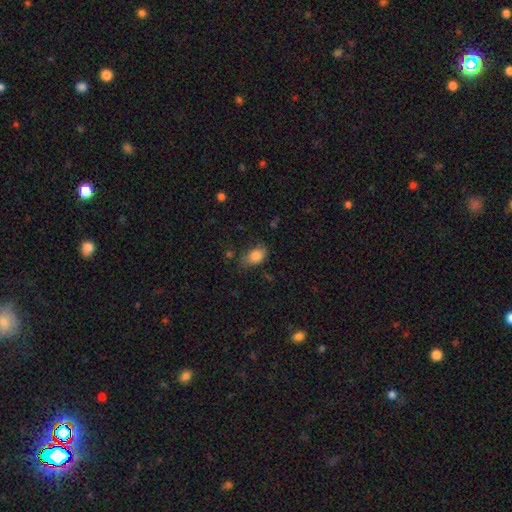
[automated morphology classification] Smooth or featured: smooth — 83% (featured or disk — 9%)
How rounded: in between — 87% (round — 11%)
Merging: none — 61% (minor disturbance — 28%)